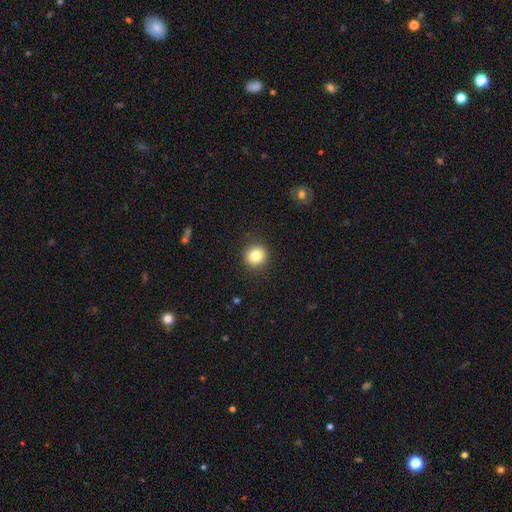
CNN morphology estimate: Smooth or featured?
  - smooth: 83% *
  - star or artifact: 10%
  - featured or disk: 7%
How rounded?
  - round: 91% *
  - in between: 8%
  - cigar-shaped: 1%
Merging?
  - none: 91% *
  - minor disturbance: 6%
  - major disturbance: 2%
  - merger: 1%